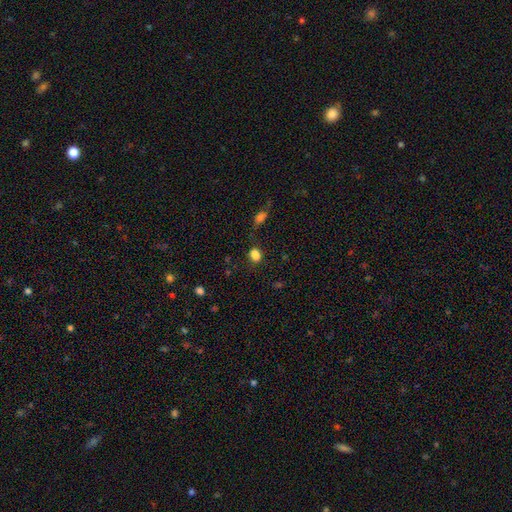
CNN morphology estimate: smooth-or-featured: smooth: 84% | star or artifact: 12% | featured or disk: 4%
  how-rounded: in between: 61% | round: 38% | cigar-shaped: 1%
  merging: none: 76% | minor disturbance: 15% | major disturbance: 5% | merger: 5%